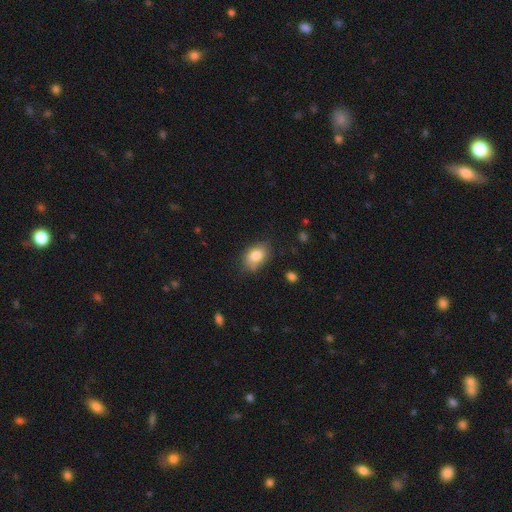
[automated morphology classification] Smooth or featured: smooth — 82% (featured or disk — 10%)
How rounded: in between — 84% (round — 15%)
Merging: none — 73% (minor disturbance — 21%)